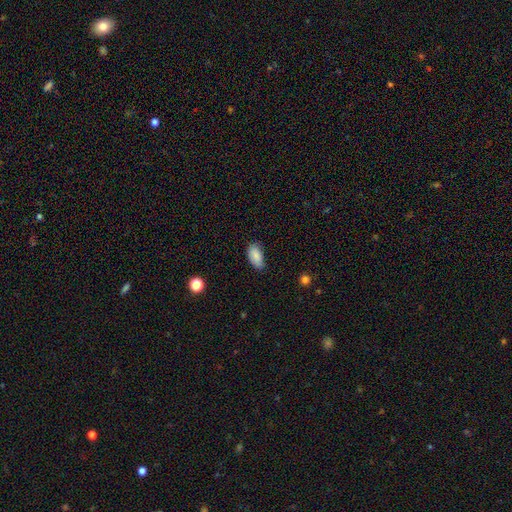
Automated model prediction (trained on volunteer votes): The model was most divided on "merging": none: 67%, minor disturbance: 28%, major disturbance: 4%, merger: 1%. More confident: how rounded — in between (93%); smooth or featured — smooth (84%).